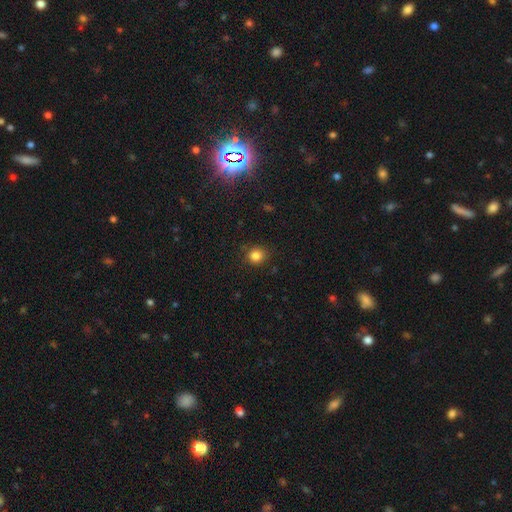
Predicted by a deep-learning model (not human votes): This is clearly a smooth galaxy (84%). How rounded: clearly round (82%). Merging: clearly none (86%).